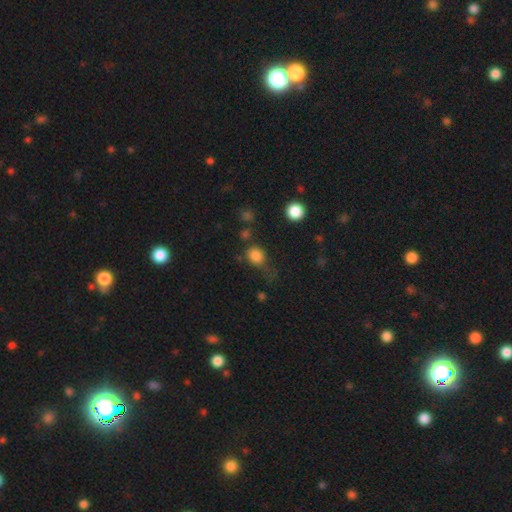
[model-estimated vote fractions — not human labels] The model was most divided on "merging": none: 51%, minor disturbance: 26%, major disturbance: 16%, merger: 7%. More confident: smooth or featured — smooth (82%); how rounded — round (69%).